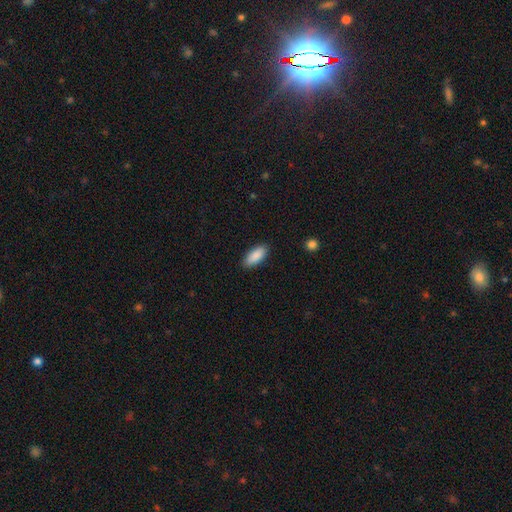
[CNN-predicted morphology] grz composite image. It shows a smooth galaxy with no disk features (90%) that is in between round and cigar-shaped (85%). Merging: none (88%).